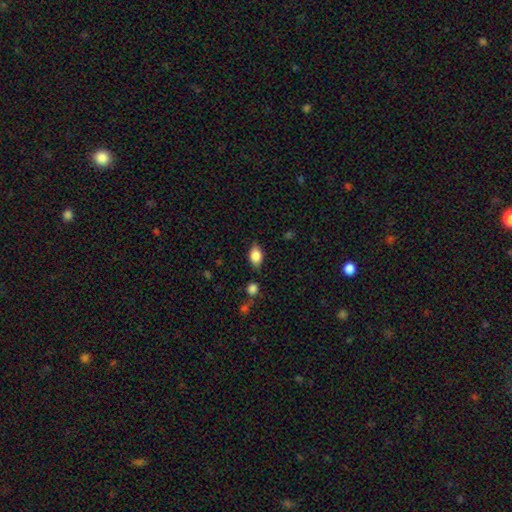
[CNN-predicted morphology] type=smooth (80%); roundness=in between (82%); merging=none (77%).